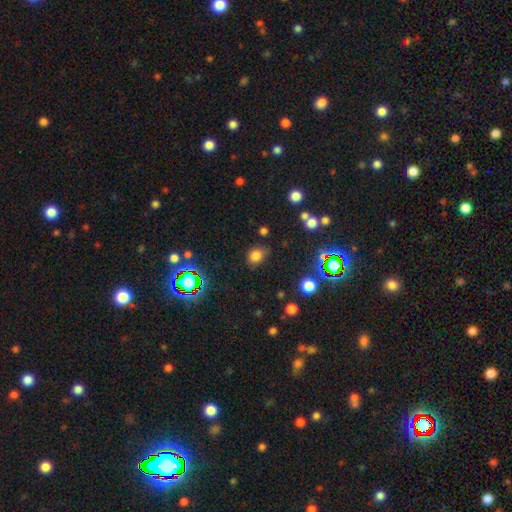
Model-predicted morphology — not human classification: smooth 76%, star or artifact 18%, featured or disk 6%. Down the decision tree: how rounded — round (65%); merging — none (74%).